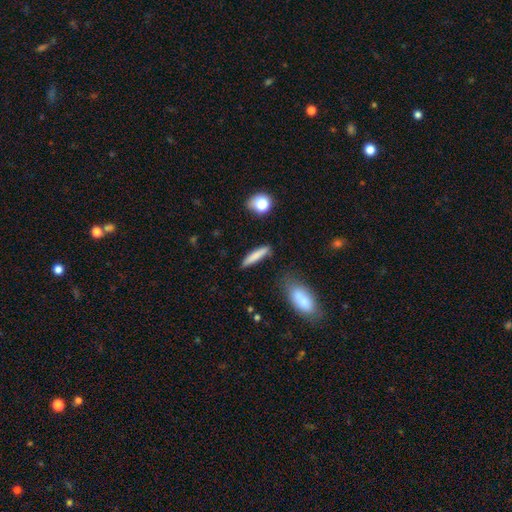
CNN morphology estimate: Smooth or featured: smooth — 78% (featured or disk — 15%)
How rounded: cigar-shaped — 86% (in between — 12%)
Merging: none — 81% (minor disturbance — 13%)